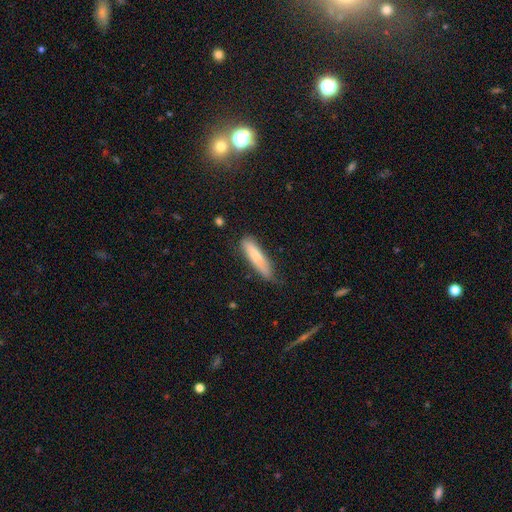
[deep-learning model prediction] Smooth or featured? Predicted: smooth (p=0.74). How rounded? Predicted: cigar-shaped (p=0.77). Merging? Predicted: none (p=0.65).